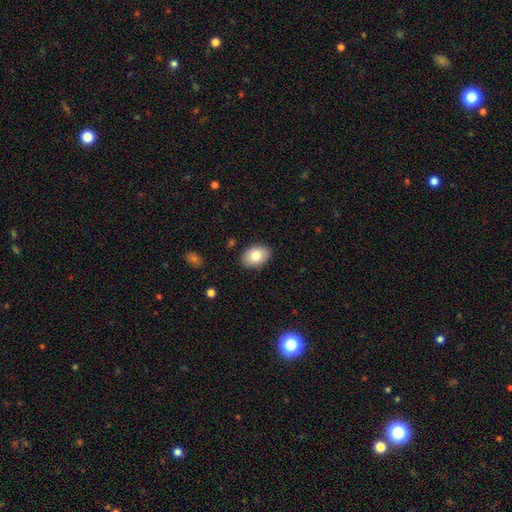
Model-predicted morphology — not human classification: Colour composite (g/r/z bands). It shows a smooth galaxy with no disk features (81%) that is in between round and cigar-shaped (82%). Merging: none (88%).